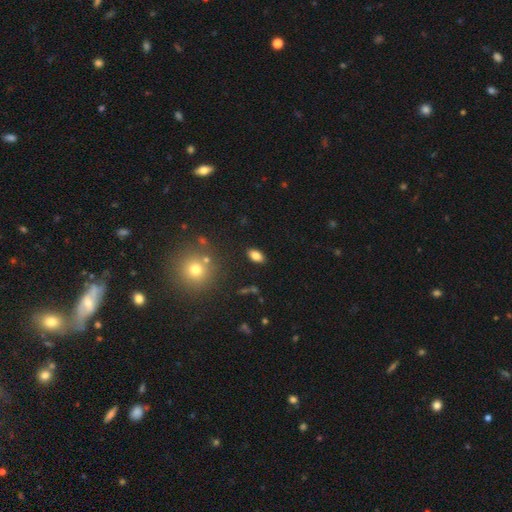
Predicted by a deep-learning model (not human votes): Morphology: type=smooth (83%); roundness=in between (90%); merging=none (86%).